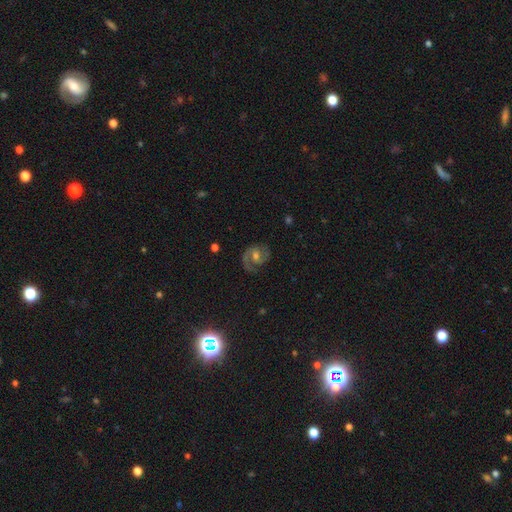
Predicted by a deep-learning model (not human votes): Overall: featured or disk (83%). Edge-on disk: no (98%). Bar: weak (51%; no 36%). Spiral arms: yes (96%). Spiral arm count: 2 (85%). Spiral winding: medium (56%; tight 29%). Bulge size: moderate (58%; small 31%). Merging: none (77%).